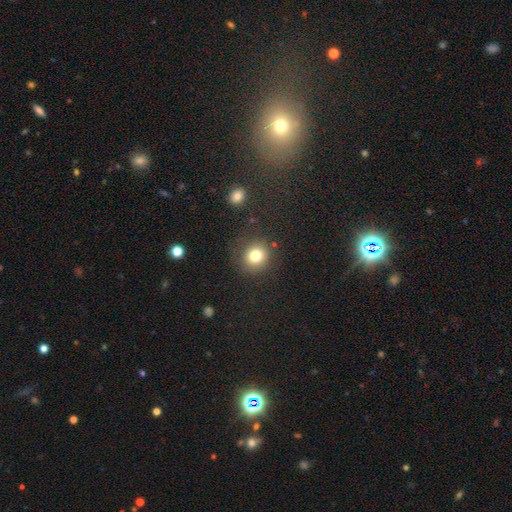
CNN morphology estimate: A smooth galaxy with no disk features (79%) that is round (87%). Merging: none (85%).